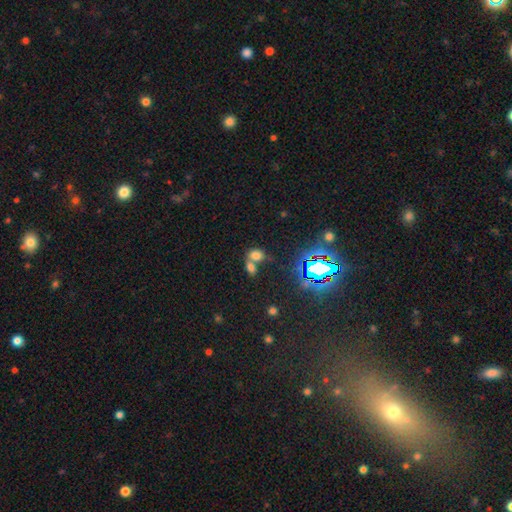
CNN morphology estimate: smooth-or-featured: smooth: 65% | star or artifact: 23% | featured or disk: 11%
  how-rounded: in between: 67% | round: 31% | cigar-shaped: 2%
  merging: merger: 62% | none: 28% | minor disturbance: 7% | major disturbance: 4%